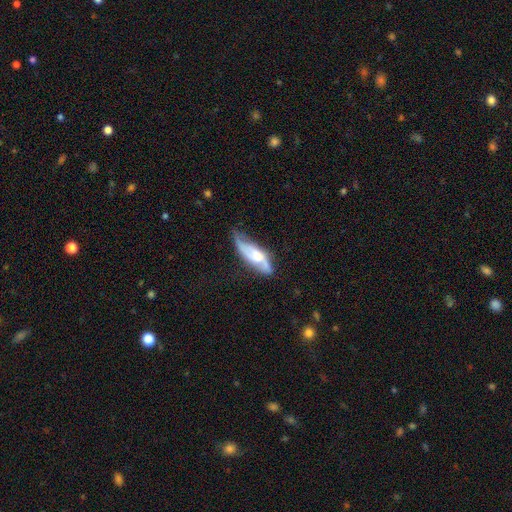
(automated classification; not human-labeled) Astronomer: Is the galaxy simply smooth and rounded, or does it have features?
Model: featured or disk — 61%.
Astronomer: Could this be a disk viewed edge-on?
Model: no — 75%.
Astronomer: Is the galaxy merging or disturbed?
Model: none — 45% (runner-up: minor disturbance, 35%).